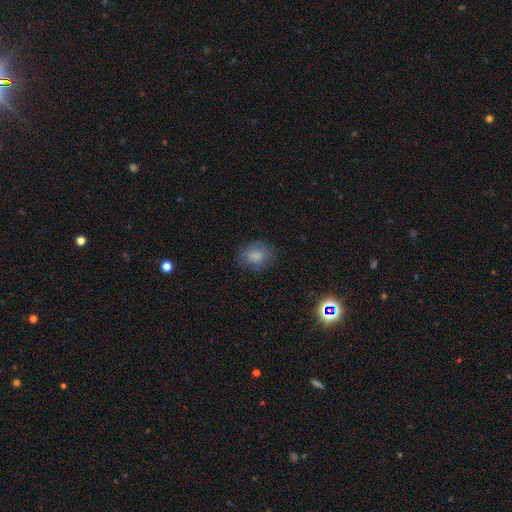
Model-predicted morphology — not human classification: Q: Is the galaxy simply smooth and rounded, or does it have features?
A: smooth — 81%.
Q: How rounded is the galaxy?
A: in between — 50%.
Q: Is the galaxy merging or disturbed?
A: none — 77%.